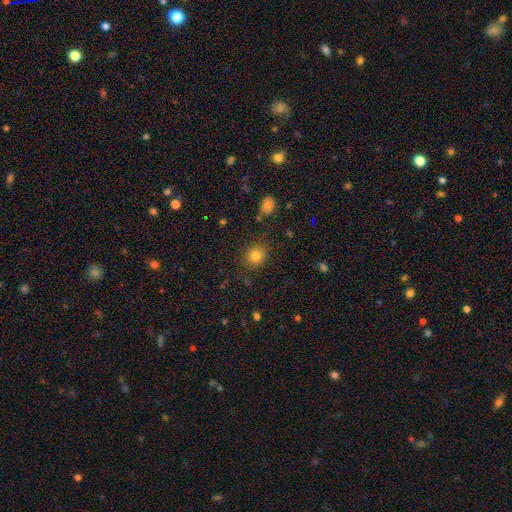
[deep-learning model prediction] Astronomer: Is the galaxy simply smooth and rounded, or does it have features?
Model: smooth — 81%.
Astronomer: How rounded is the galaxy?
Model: round — 83%.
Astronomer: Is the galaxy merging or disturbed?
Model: none — 85%.